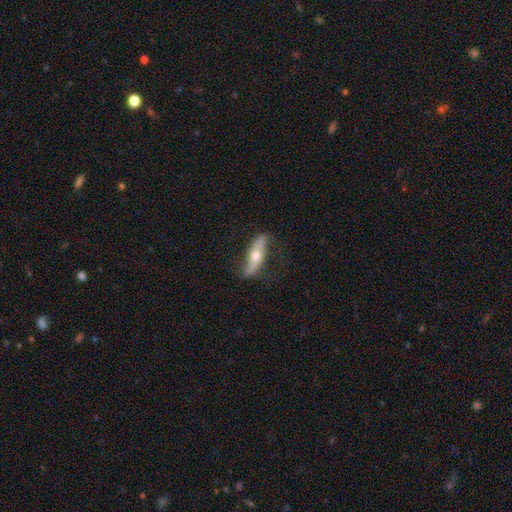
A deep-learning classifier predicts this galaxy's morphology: type=featured or disk (71%); edge-on=no (62%); merging=none (75%).